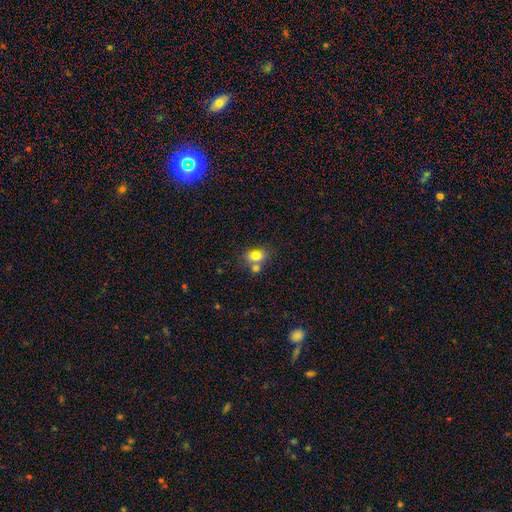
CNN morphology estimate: Smooth or featured? Predicted: smooth (p=0.76). How rounded? Predicted: in between (p=0.75). Merging? Predicted: none (p=0.46).